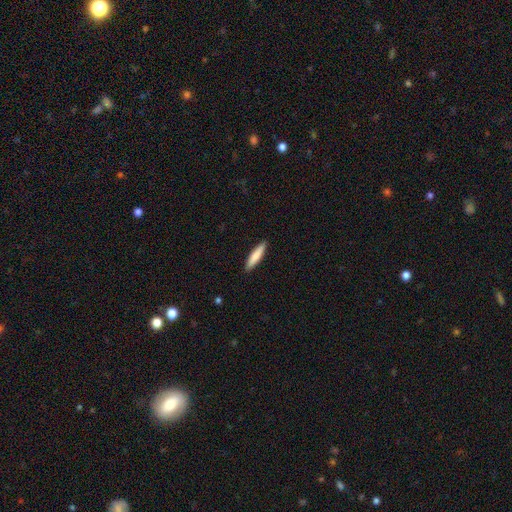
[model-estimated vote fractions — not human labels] This appears to be a smooth galaxy with no disk features (80%) that is cigar-shaped (85%). Merging: none (91%).